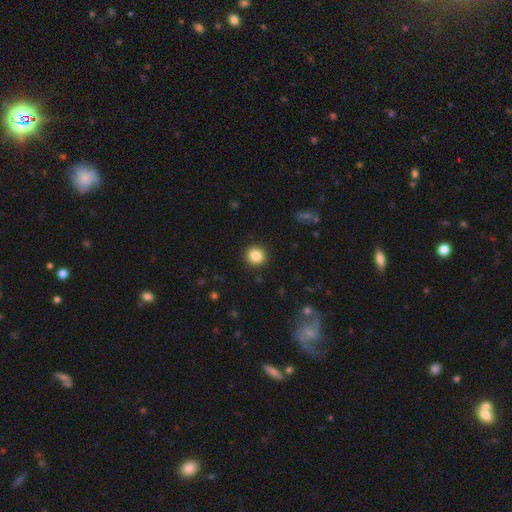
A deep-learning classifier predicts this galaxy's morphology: A smooth galaxy with no disk features (85%) that is round (92%). Merging: none (92%).